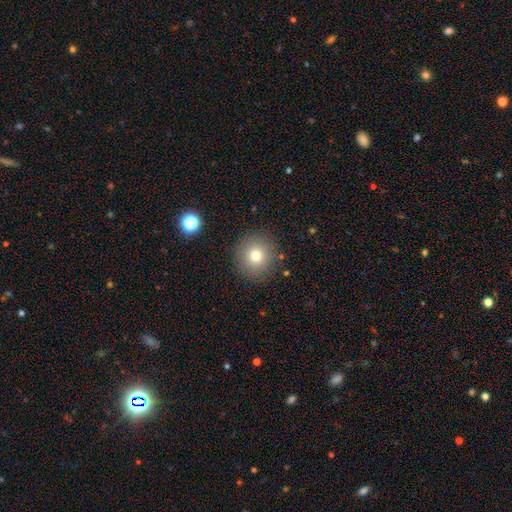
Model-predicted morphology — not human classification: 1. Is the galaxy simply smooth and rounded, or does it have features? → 75% smooth, 13% star or artifact, 11% featured or disk.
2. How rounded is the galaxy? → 93% round, 6% in between, 1% cigar-shaped.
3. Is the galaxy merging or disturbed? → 88% none, 7% minor disturbance, 3% major disturbance, 2% merger.